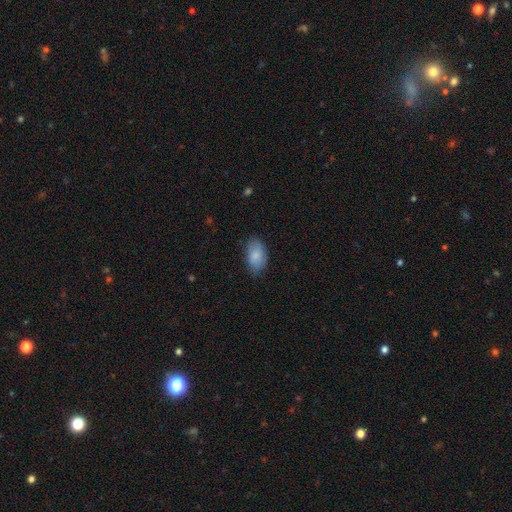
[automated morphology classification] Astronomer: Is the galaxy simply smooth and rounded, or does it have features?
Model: smooth — 84%.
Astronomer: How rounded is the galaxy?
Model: in between — 93%.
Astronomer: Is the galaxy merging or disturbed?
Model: none — 75%.